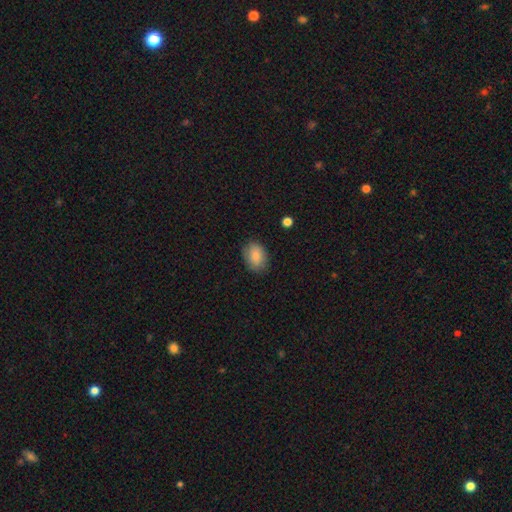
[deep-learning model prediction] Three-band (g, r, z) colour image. It shows a smooth galaxy with no disk features (86%) that is in between round and cigar-shaped (76%). Merging: none (84%).